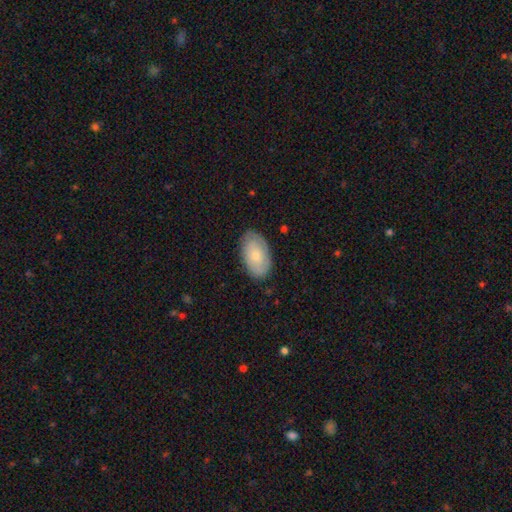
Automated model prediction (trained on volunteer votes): A smooth galaxy with no disk features (66%) that is in between round and cigar-shaped (93%). Merging: none (83%).